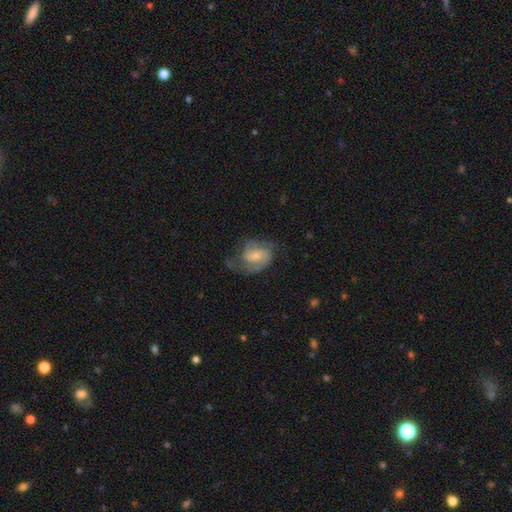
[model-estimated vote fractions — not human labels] Overall: featured or disk (68%). Edge-on disk: no (97%). Bar: no (49%; weak 42%). Spiral arms: yes (88%). Spiral arm count: 2 (63%). Spiral winding: medium (48%; tight 31%). Bulge size: small (45%; moderate 37%). Merging: none (46%; major disturbance 27%).